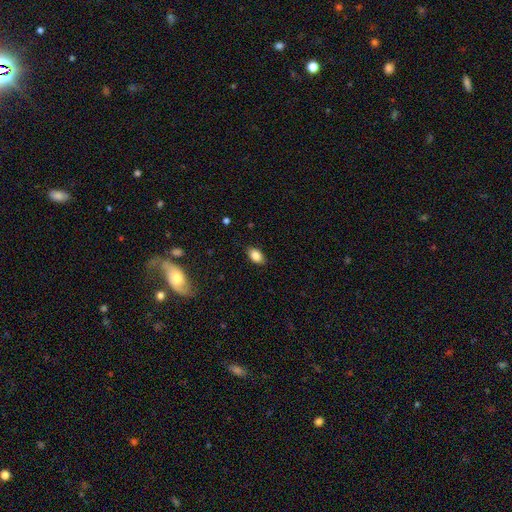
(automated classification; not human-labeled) Q: Smooth or featured?
A: smooth (85%); runner-up: star or artifact (9%)
Q: How rounded?
A: in between (90%); runner-up: round (9%)
Q: Merging?
A: none (86%); runner-up: minor disturbance (10%)